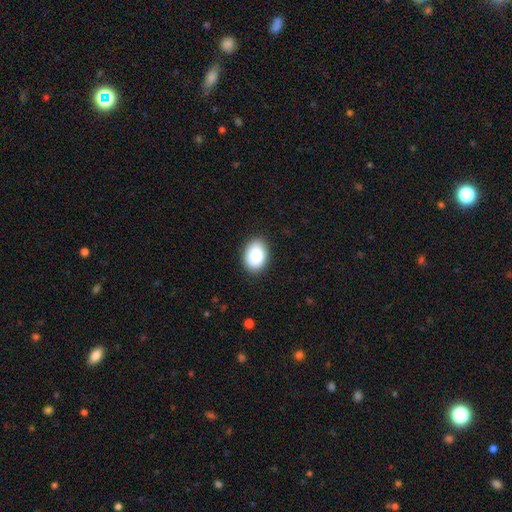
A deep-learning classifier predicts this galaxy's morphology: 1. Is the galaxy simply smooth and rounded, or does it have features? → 88% smooth, 7% star or artifact, 4% featured or disk.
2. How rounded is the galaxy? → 80% in between, 19% round, 1% cigar-shaped.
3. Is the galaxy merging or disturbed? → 88% none, 9% minor disturbance, 2% major disturbance, 1% merger.